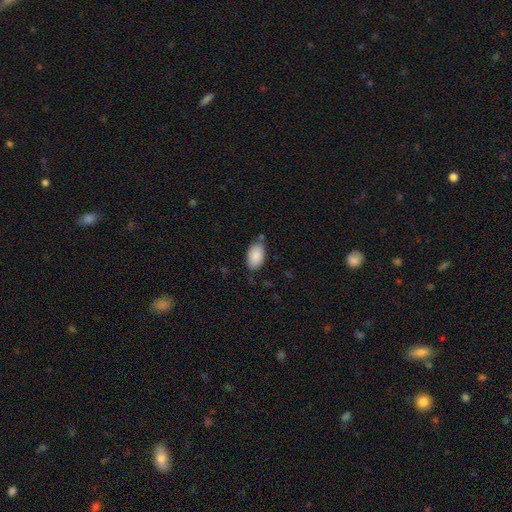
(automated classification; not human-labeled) Smooth or featured: smooth — 90% (star or artifact — 6%)
How rounded: in between — 94% (round — 4%)
Merging: none — 75% (minor disturbance — 17%)